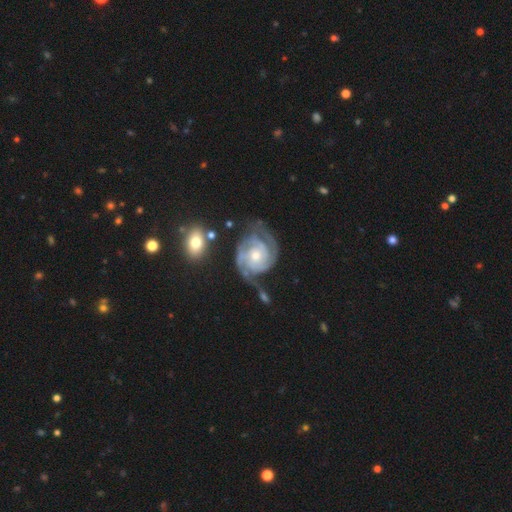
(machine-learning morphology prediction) A featured or disk galaxy (90%) with no bar (72%), 2 (53%) tight (63%) spiral arms (97%) and a small central bulge (51%). Merging: none (56%).